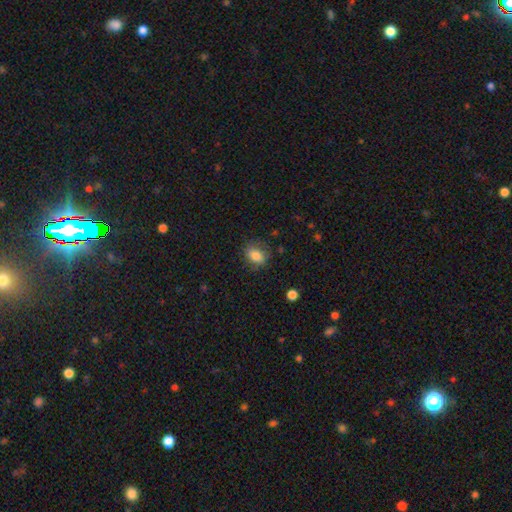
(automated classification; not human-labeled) Smooth or featured: smooth — 83% (star or artifact — 9%)
How rounded: in between — 69% (round — 29%)
Merging: none — 73% (minor disturbance — 19%)